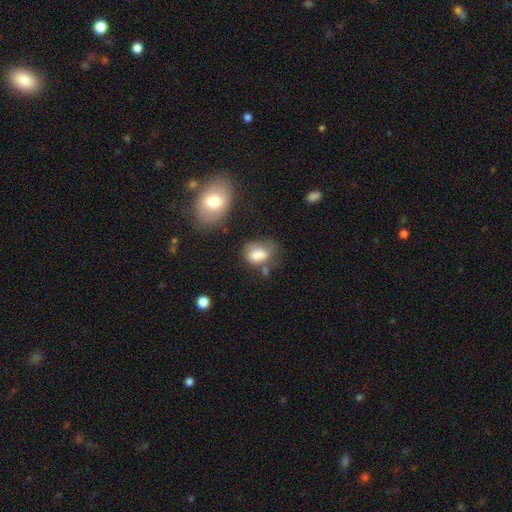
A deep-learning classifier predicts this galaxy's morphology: A smooth galaxy with no disk features (73%) that is in between round and cigar-shaped (71%). Merging: none (32%).